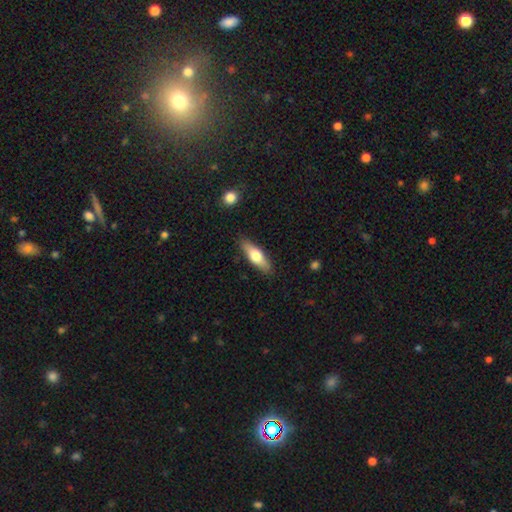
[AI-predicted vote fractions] smooth 61%, featured or disk 33%, star or artifact 6%. Down the decision tree: how rounded — in between (50%); merging — none (87%).